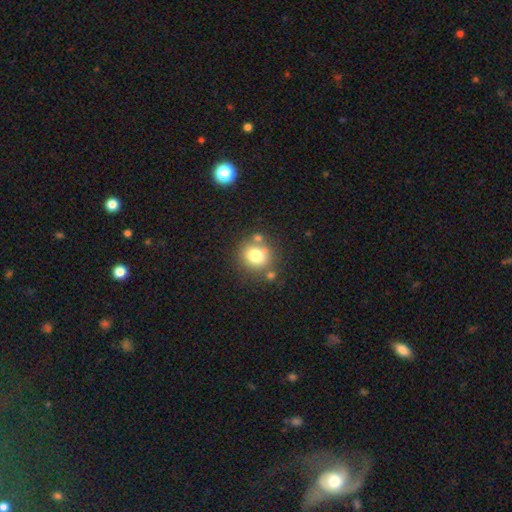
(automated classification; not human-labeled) smooth-or-featured: smooth: 75% | featured or disk: 13% | star or artifact: 12%
  how-rounded: round: 83% | in between: 16% | cigar-shaped: 1%
  merging: none: 68% | merger: 16% | minor disturbance: 12% | major disturbance: 4%